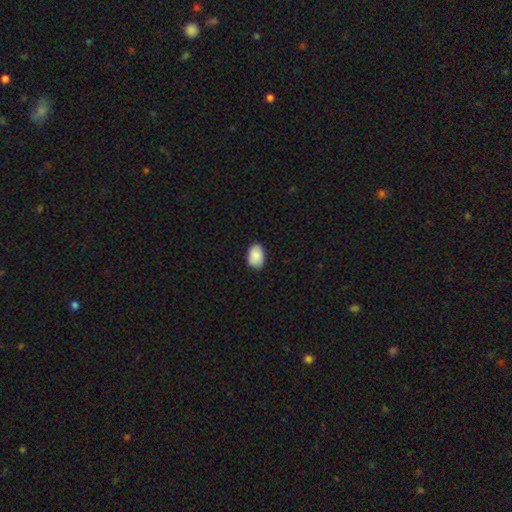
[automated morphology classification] smooth 89%, star or artifact 7%, featured or disk 4%. Down the decision tree: how rounded — in between (83%); merging — none (83%).